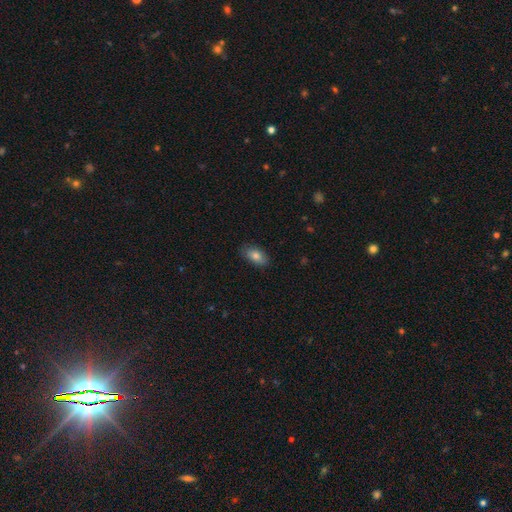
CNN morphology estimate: Smooth or featured?
  - smooth: 81% *
  - featured or disk: 11%
  - star or artifact: 8%
How rounded?
  - in between: 92% *
  - round: 5%
  - cigar-shaped: 3%
Merging?
  - none: 84% *
  - minor disturbance: 13%
  - major disturbance: 2%
  - merger: 1%